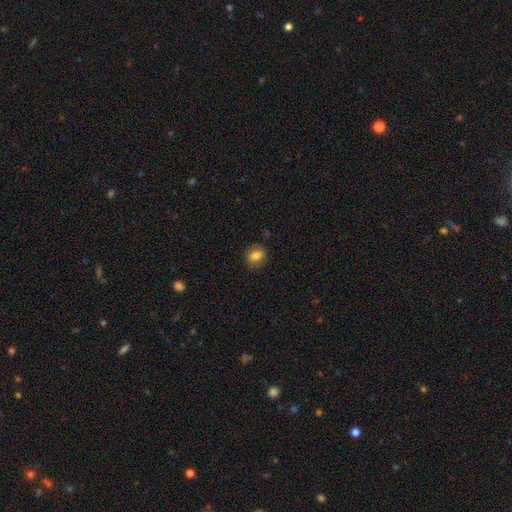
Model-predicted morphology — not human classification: smooth_or_featured: smooth (p=0.80) [alt: featured or disk p=0.11]
how_rounded: in between (p=0.54) [alt: round p=0.44]
merging: none (p=0.82) [alt: minor disturbance p=0.13]